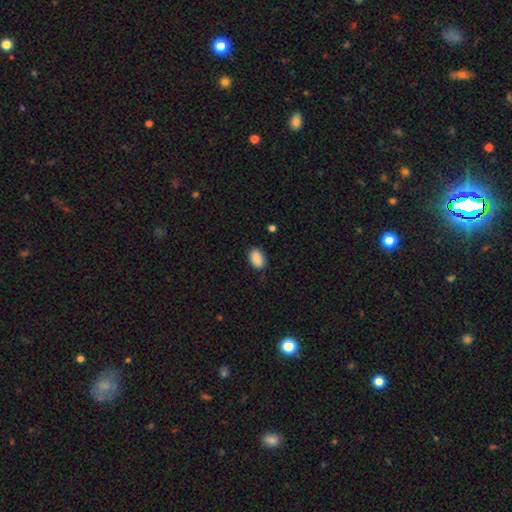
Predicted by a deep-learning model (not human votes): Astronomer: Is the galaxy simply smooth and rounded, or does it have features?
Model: smooth — 89%.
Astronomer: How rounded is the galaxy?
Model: in between — 90%.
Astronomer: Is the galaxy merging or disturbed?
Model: none — 80%.